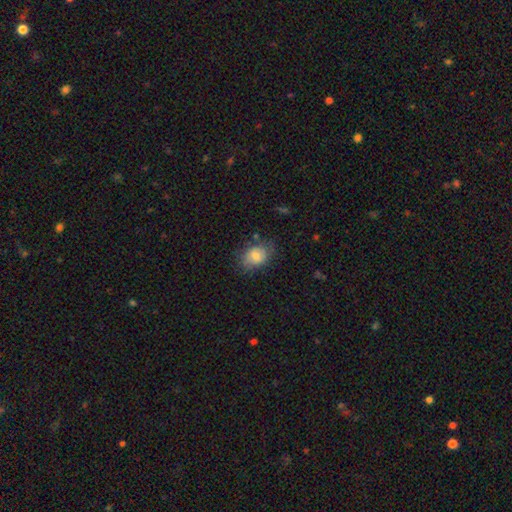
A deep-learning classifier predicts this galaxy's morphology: Smooth or featured? Predicted: smooth (p=0.74). How rounded? Predicted: in between (p=0.69). Merging? Predicted: none (p=0.68).